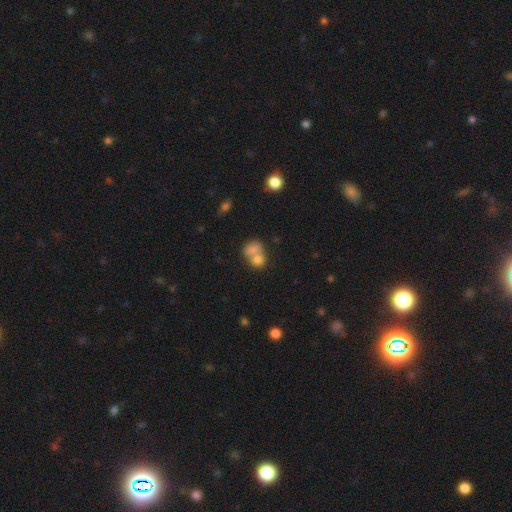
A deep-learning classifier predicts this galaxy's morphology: type=smooth (77%); roundness=round (58%); merging=merger (66%).